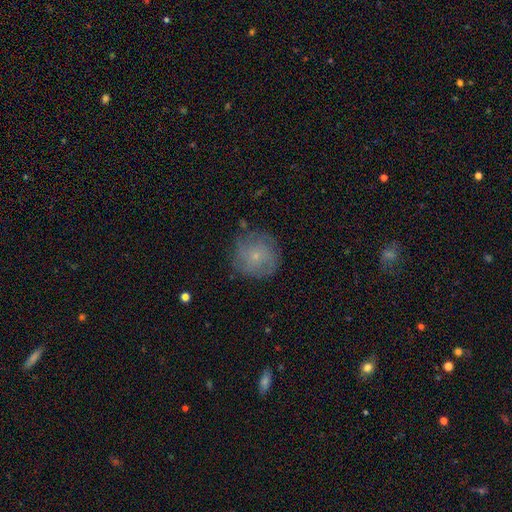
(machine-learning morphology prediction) Overall: smooth (50%; featured or disk 40%). Merging: none (75%).